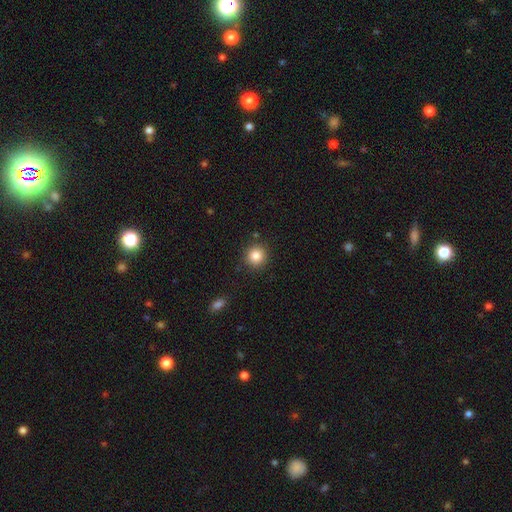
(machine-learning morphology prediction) Smooth or featured? Predicted: smooth (p=0.85). How rounded? Predicted: round (p=0.93). Merging? Predicted: none (p=0.88).